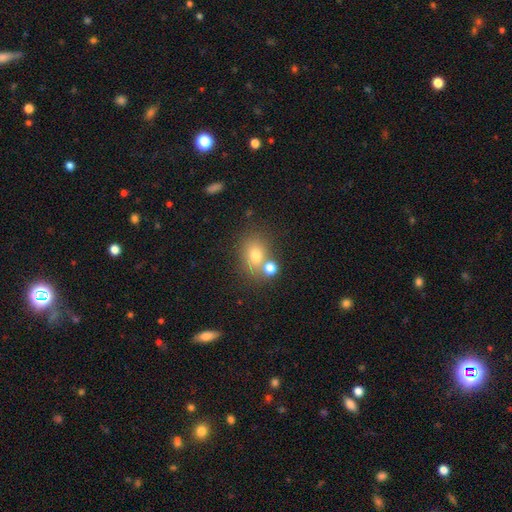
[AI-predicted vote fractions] The model was most divided on "how rounded": in between: 50%, round: 49%, cigar-shaped: 1%. More confident: smooth or featured — smooth (72%); merging — none (58%).